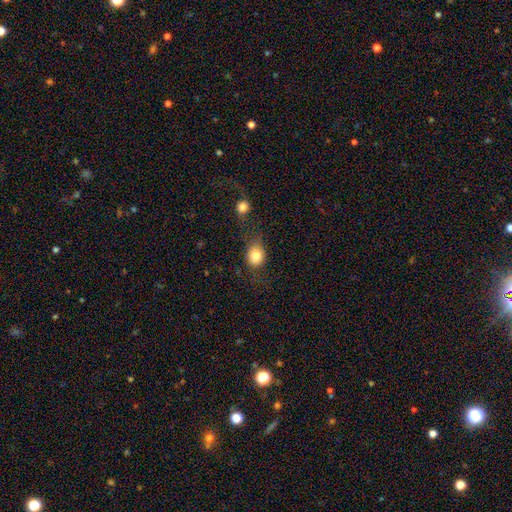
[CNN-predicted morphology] smooth 81%, star or artifact 10%, featured or disk 9%. Down the decision tree: how rounded — round (64%); merging — none (53%).